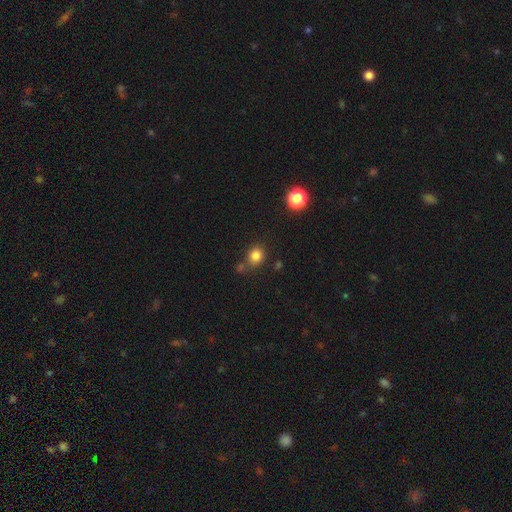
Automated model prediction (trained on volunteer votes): This appears to be a smooth galaxy with no disk features (81%) that is round (74%). Merging: none (68%).